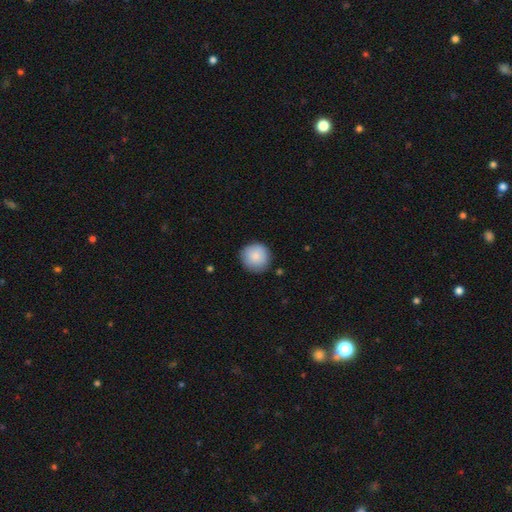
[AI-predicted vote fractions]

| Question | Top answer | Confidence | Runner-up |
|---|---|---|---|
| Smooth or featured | smooth | 87% | star or artifact (7%) |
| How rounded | round | 94% | in between (5%) |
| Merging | none | 86% | minor disturbance (11%) |